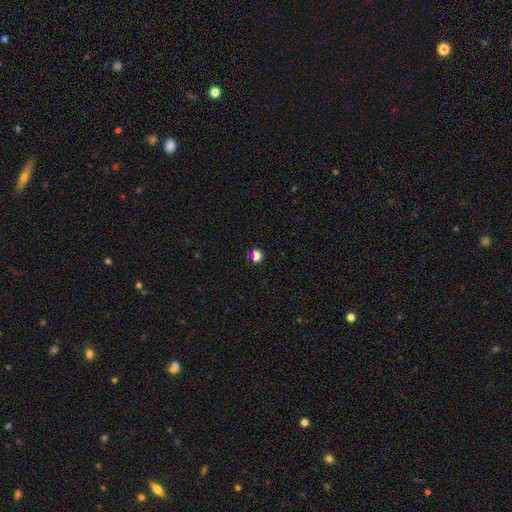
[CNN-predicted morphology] A smooth galaxy with no disk features (73%) that is round (78%). Merging: none (81%).